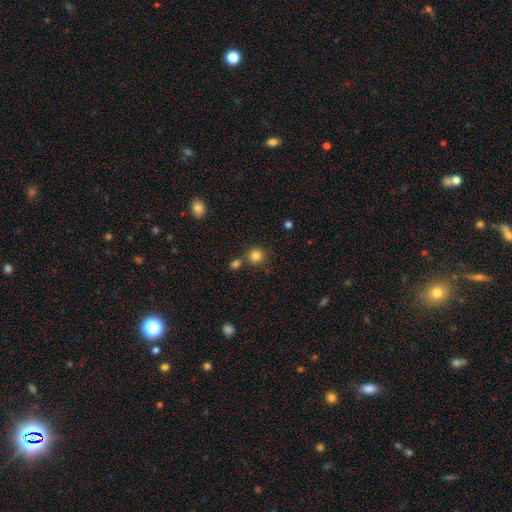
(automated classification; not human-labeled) Q: Smooth or featured?
A: smooth (83%); runner-up: star or artifact (12%)
Q: How rounded?
A: round (90%); runner-up: in between (9%)
Q: Merging?
A: none (70%); runner-up: merger (17%)